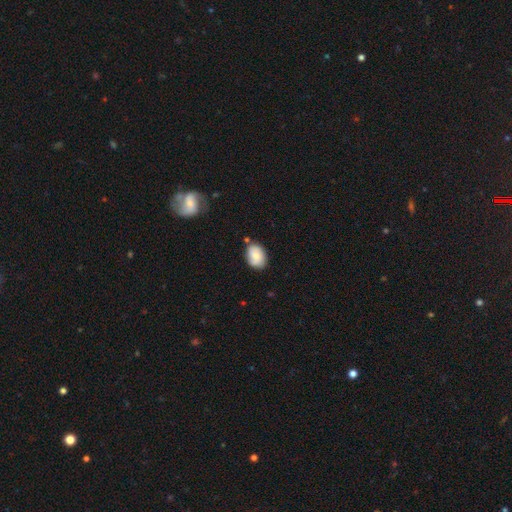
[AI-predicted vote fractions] A smooth galaxy with no disk features (68%) that is in between round and cigar-shaped (80%). Merging: none (69%).